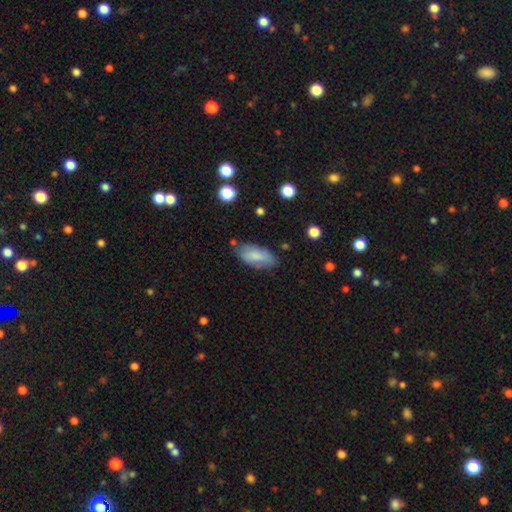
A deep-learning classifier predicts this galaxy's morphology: Smooth or featured: smooth — 80% (featured or disk — 14%)
How rounded: in between — 91% (cigar-shaped — 7%)
Merging: none — 72% (minor disturbance — 20%)